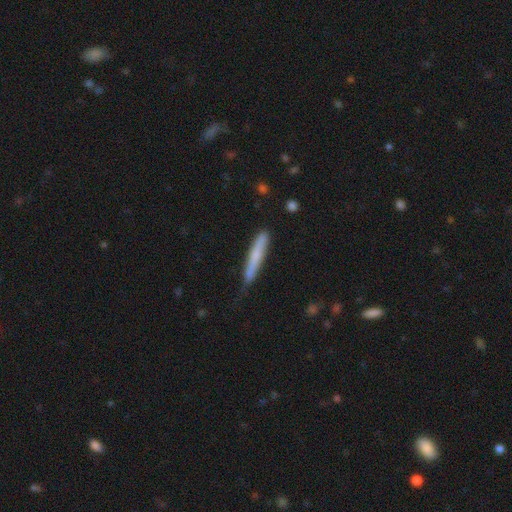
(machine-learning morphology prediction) smooth_or_featured: smooth (p=0.67) [alt: featured or disk p=0.27]
how_rounded: cigar-shaped (p=0.94) [alt: in between p=0.04]
merging: none (p=0.66) [alt: minor disturbance p=0.27]